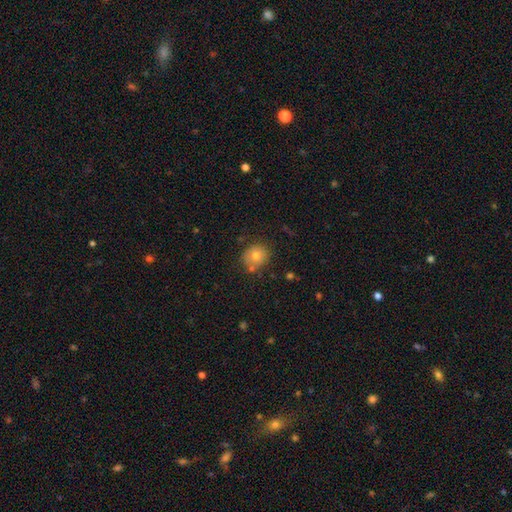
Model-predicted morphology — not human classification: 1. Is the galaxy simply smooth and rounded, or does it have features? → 73% smooth, 14% featured or disk, 13% star or artifact.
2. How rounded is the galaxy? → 77% round, 22% in between, 1% cigar-shaped.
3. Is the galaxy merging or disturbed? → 77% none, 15% minor disturbance, 5% merger, 4% major disturbance.